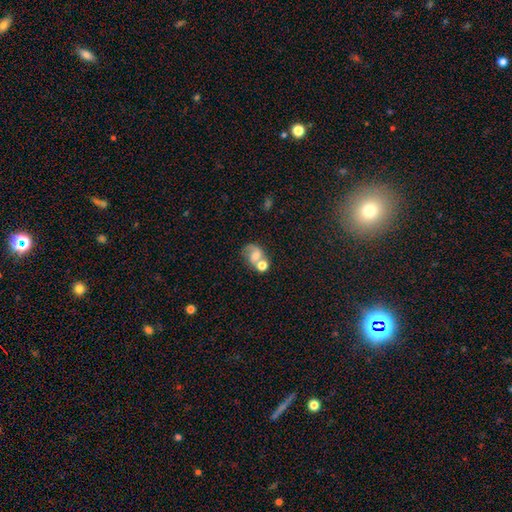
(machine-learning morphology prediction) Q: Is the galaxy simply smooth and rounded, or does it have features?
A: smooth — 46%.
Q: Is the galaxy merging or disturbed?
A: merger — 44%.